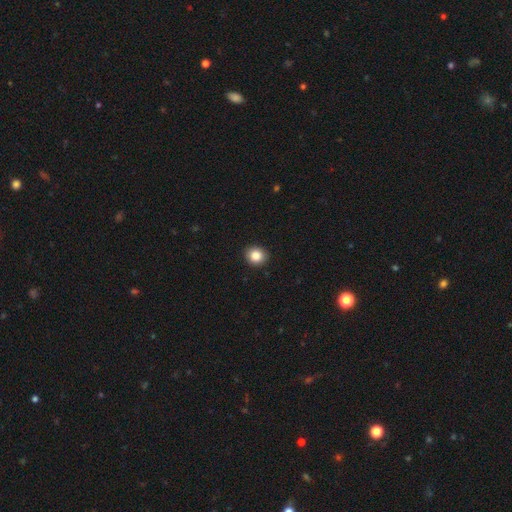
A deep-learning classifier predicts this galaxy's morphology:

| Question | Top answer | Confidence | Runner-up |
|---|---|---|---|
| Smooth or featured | smooth | 86% | star or artifact (10%) |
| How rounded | round | 84% | in between (15%) |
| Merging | none | 92% | minor disturbance (6%) |